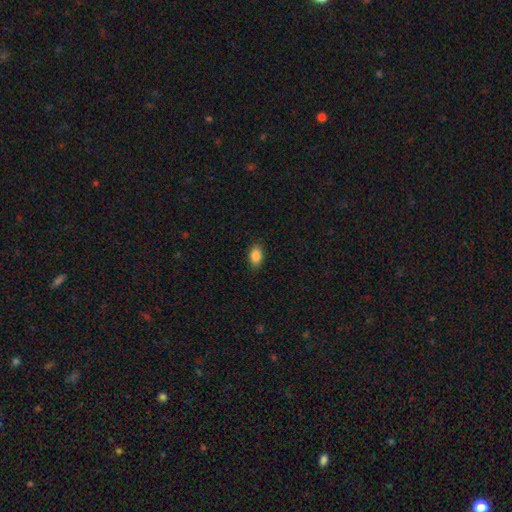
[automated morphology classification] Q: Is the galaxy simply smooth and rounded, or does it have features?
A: smooth — 88%.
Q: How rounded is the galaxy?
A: in between — 86%.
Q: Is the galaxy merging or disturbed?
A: none — 85%.